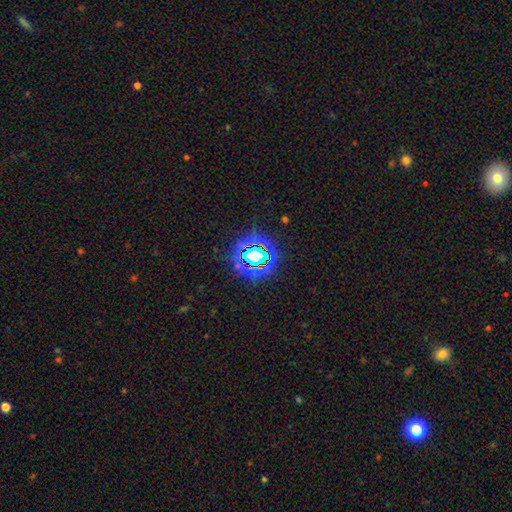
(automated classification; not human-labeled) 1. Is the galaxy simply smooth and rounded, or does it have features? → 70% star or artifact, 18% smooth, 12% featured or disk.